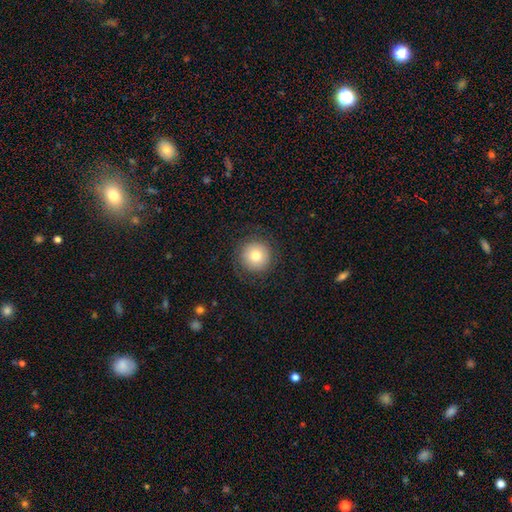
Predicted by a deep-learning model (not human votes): Smooth or featured?
  - smooth: 77% *
  - featured or disk: 13%
  - star or artifact: 10%
How rounded?
  - round: 96% *
  - in between: 3%
  - cigar-shaped: 1%
Merging?
  - none: 86% *
  - minor disturbance: 8%
  - major disturbance: 4%
  - merger: 1%